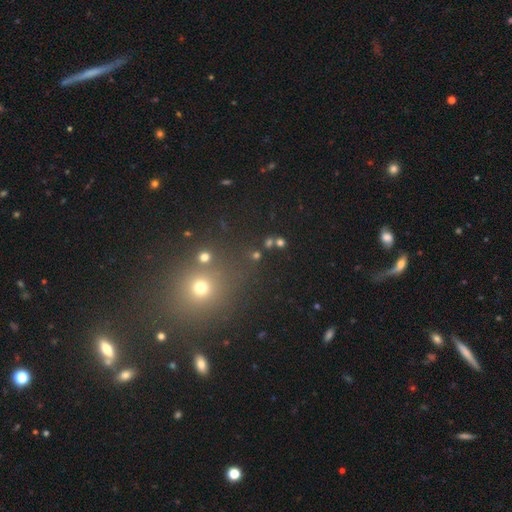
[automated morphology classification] This appears to be a star or artifact, not a galaxy (50%).